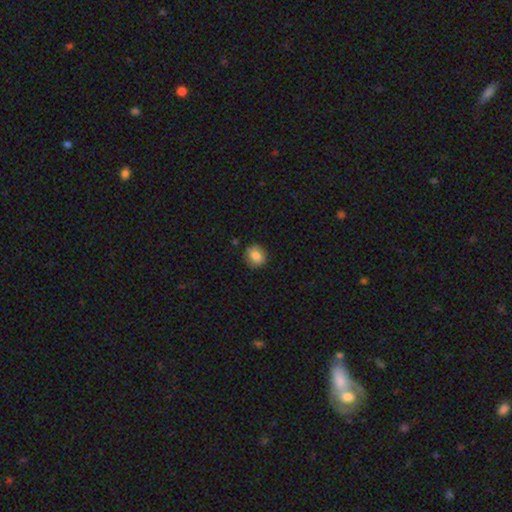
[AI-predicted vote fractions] A smooth galaxy with no disk features (84%) that is round (80%).

Vote fractions:
- Smooth or featured? smooth: 84% / star or artifact: 9% / featured or disk: 8%
- How rounded? round: 80% / in between: 19% / cigar-shaped: 1%
- Merging? none: 86% / minor disturbance: 10% / major disturbance: 2% / merger: 1%